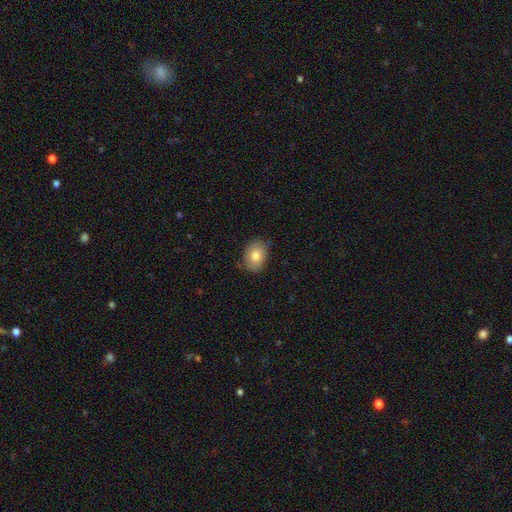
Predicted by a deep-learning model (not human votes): Overall: smooth (82%). How rounded: in between (78%). Merging: none (84%).